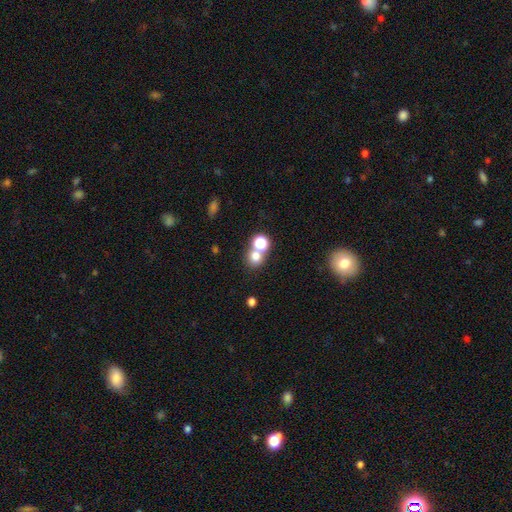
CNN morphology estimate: Overall: smooth (73%). How rounded: round (82%). Merging: none (52%; merger 38%).